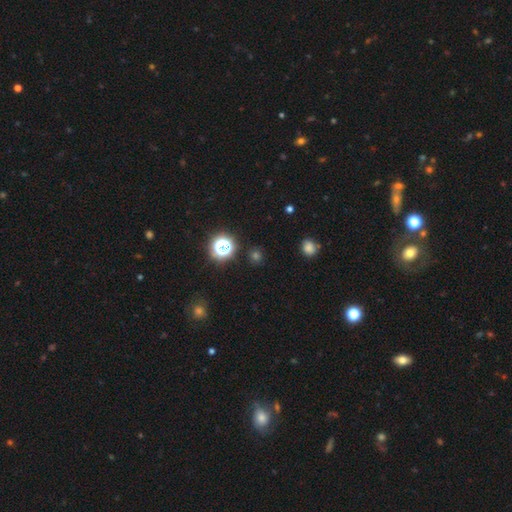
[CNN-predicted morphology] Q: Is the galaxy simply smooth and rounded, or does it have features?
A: smooth — 51%.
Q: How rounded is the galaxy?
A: round — 88%.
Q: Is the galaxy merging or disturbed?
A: none — 85%.